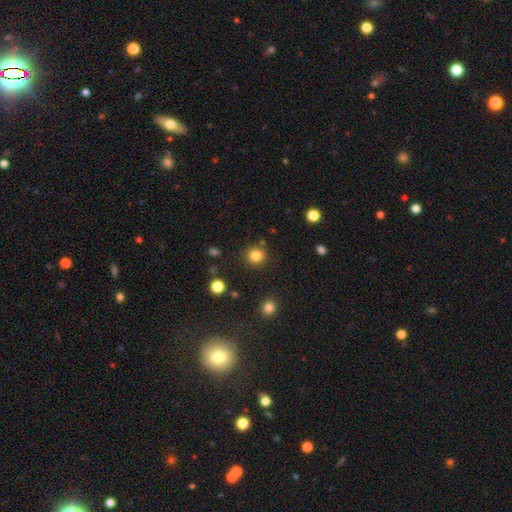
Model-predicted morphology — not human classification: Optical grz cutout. It shows a smooth galaxy with no disk features (83%) that is round (91%). Merging: none (87%).